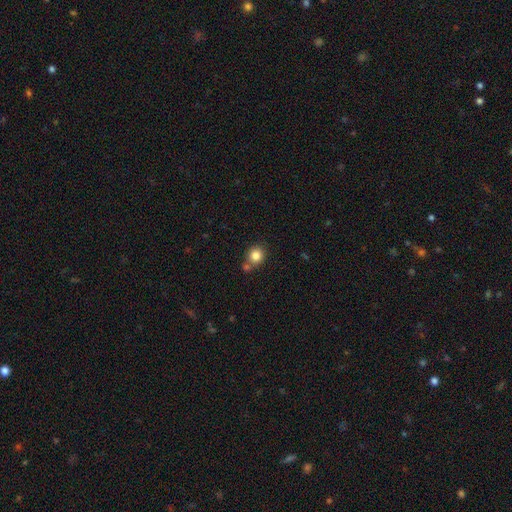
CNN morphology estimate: A smooth galaxy with no disk features (83%) that is round (82%).

Vote fractions:
- Smooth or featured? smooth: 83% / star or artifact: 10% / featured or disk: 7%
- How rounded? round: 82% / in between: 17% / cigar-shaped: 1%
- Merging? none: 64% / merger: 21% / minor disturbance: 12% / major disturbance: 3%